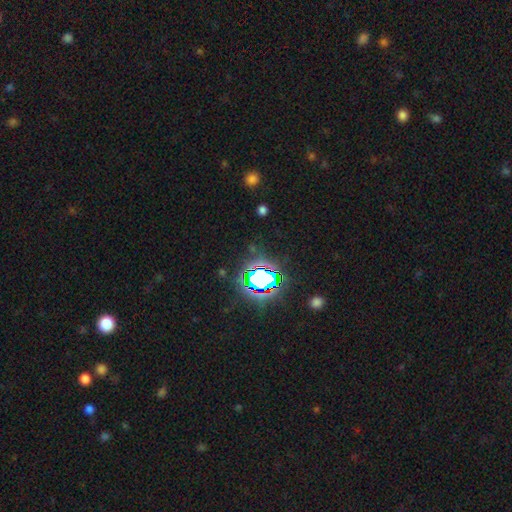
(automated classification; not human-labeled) A star or artifact, not a galaxy (78%).

Vote fractions:
- Smooth or featured? star or artifact: 78% / smooth: 14% / featured or disk: 8%